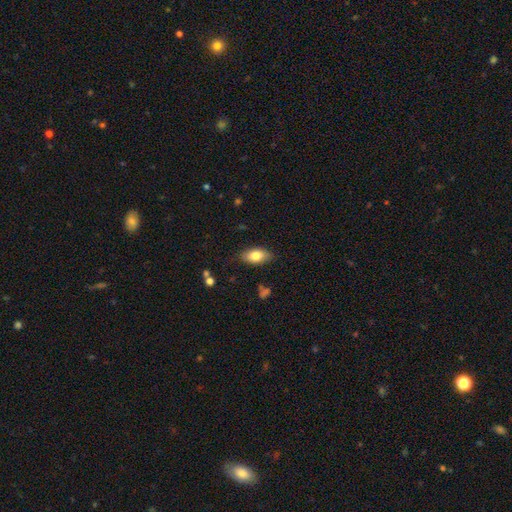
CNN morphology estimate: Smooth or featured? Predicted: smooth (p=0.80). How rounded? Predicted: in between (p=0.91). Merging? Predicted: none (p=0.83).